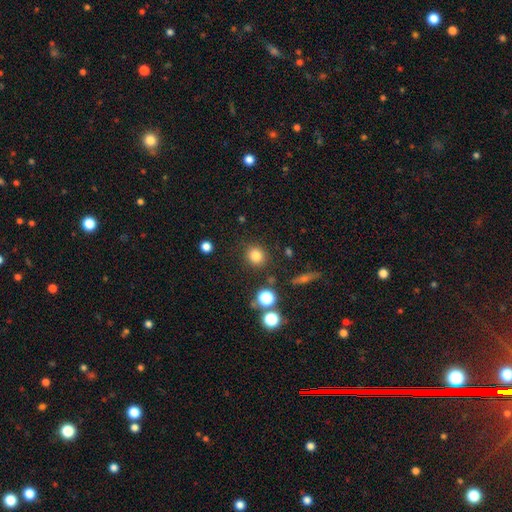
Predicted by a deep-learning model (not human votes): Smooth or featured?
  - smooth: 81% *
  - star or artifact: 13%
  - featured or disk: 6%
How rounded?
  - round: 85% *
  - in between: 14%
  - cigar-shaped: 1%
Merging?
  - none: 85% *
  - minor disturbance: 8%
  - merger: 3%
  - major disturbance: 3%